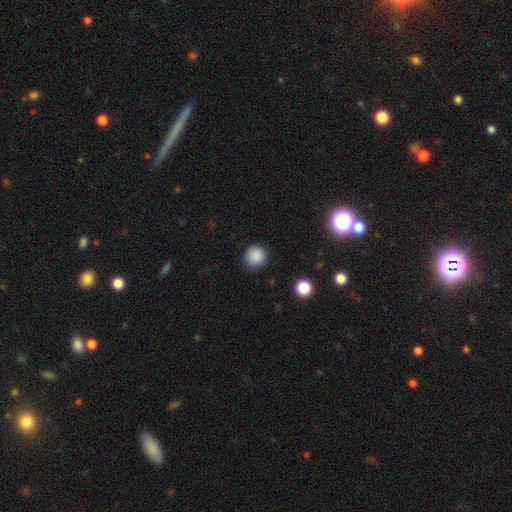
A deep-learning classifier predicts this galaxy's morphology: This appears to be a smooth galaxy with no disk features (86%) that is round (93%). Merging: none (89%).